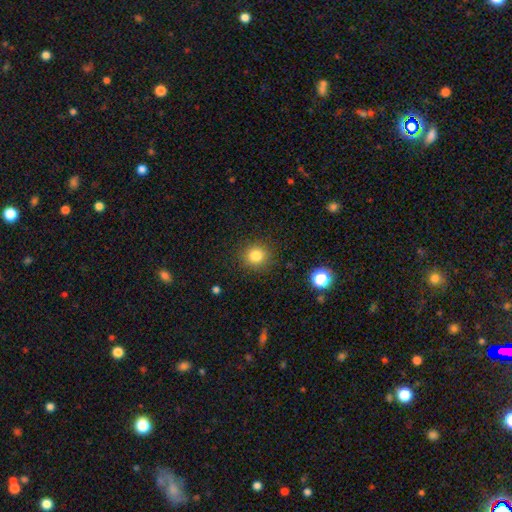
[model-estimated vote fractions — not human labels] smooth_or_featured: smooth (p=0.82) [alt: star or artifact p=0.12]
how_rounded: round (p=0.90) [alt: in between p=0.09]
merging: none (p=0.90) [alt: minor disturbance p=0.07]